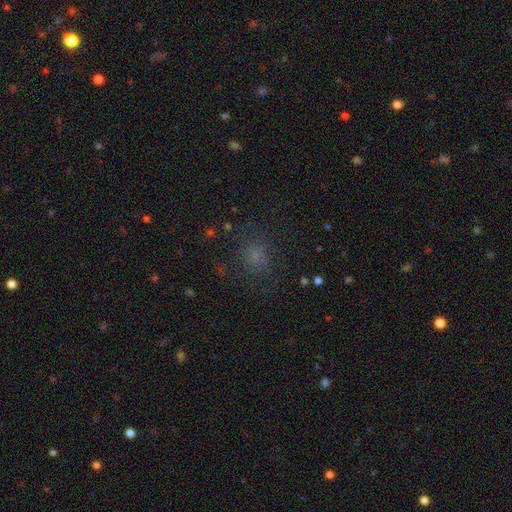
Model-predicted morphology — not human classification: The model was most divided on "smooth or featured": smooth: 64%, star or artifact: 25%, featured or disk: 11%. More confident: how rounded — round (75%); merging — none (74%).